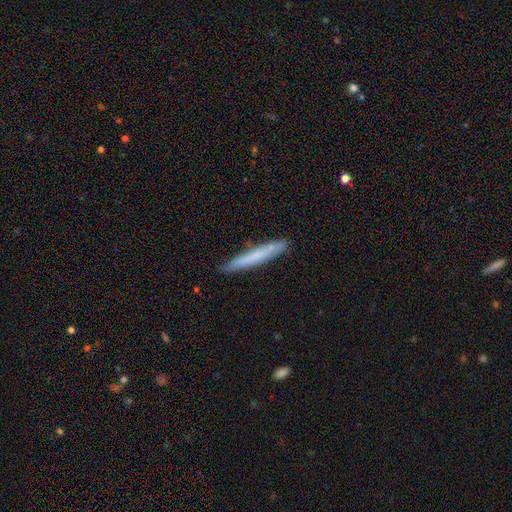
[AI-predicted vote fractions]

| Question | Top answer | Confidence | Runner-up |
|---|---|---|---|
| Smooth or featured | smooth | 64% | featured or disk (29%) |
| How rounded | cigar-shaped | 96% | in between (3%) |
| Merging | none | 88% | minor disturbance (9%) |